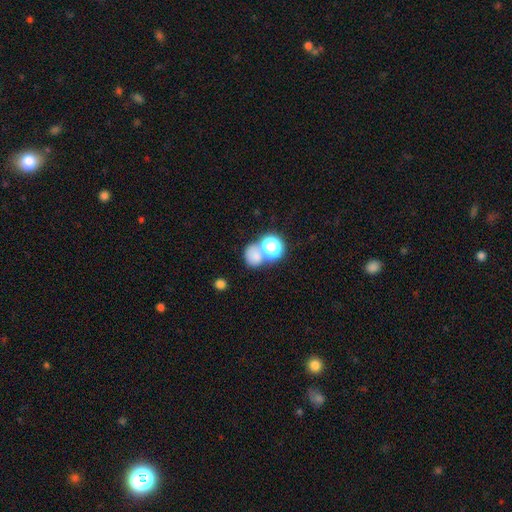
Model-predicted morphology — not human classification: type=smooth (69%); roundness=round (65%); merging=none (44%).